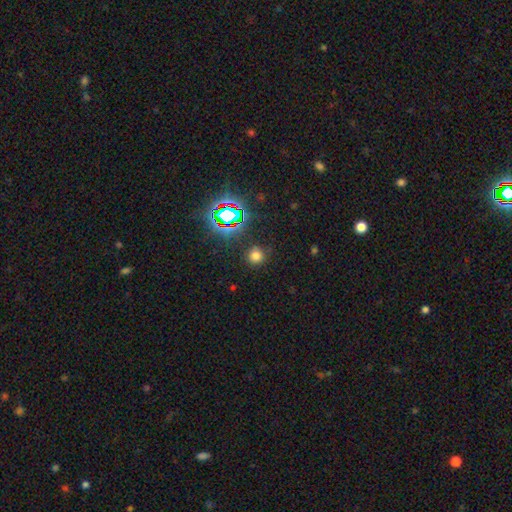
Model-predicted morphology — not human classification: This appears to be a smooth galaxy with no disk features (68%) that is round (91%). Merging: none (86%).